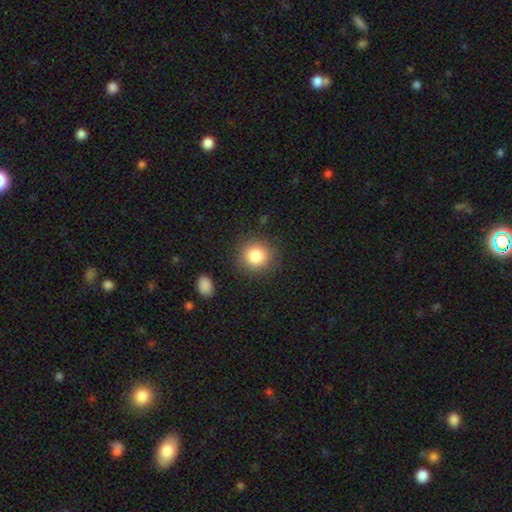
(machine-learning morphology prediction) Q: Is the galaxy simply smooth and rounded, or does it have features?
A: smooth — 83%.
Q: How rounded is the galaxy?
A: round — 91%.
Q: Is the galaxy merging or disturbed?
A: none — 88%.